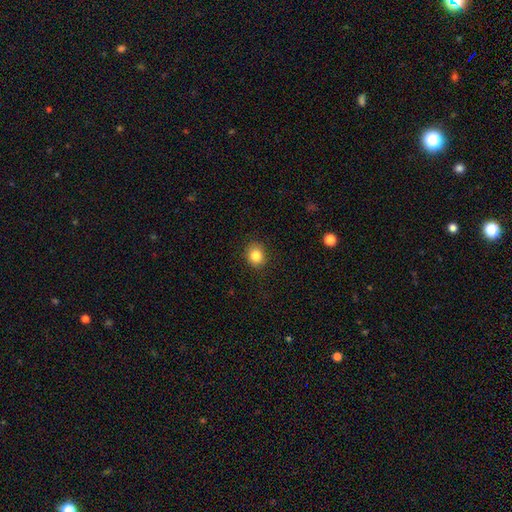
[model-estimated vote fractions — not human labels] The model was most divided on "how rounded": round: 75%, in between: 24%, cigar-shaped: 1%. More confident: merging — none (88%); smooth or featured — smooth (84%).